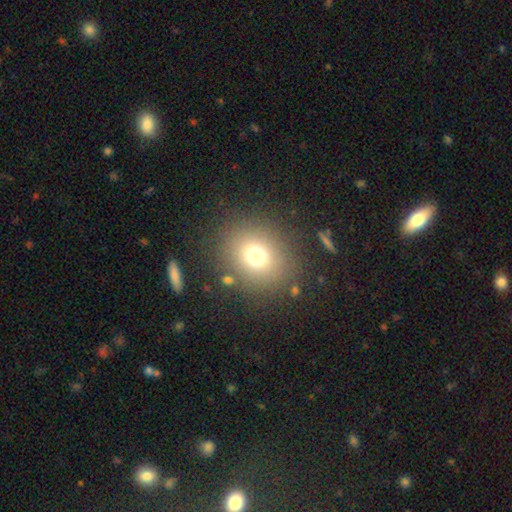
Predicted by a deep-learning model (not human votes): smooth 72%, star or artifact 18%, featured or disk 10%. Down the decision tree: how rounded — round (76%); merging — none (83%).